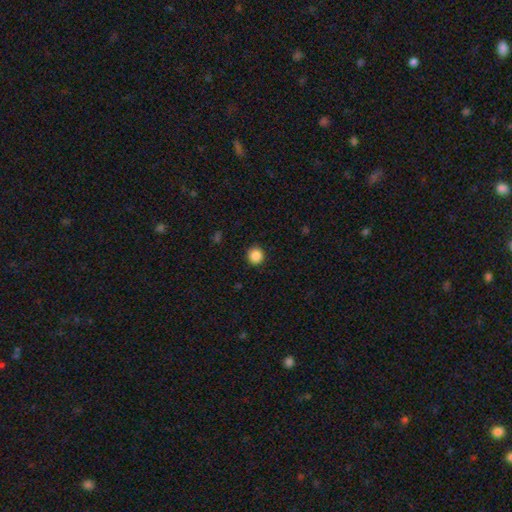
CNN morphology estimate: smooth 87%, star or artifact 10%, featured or disk 3%. Down the decision tree: how rounded — round (94%); merging — none (91%).